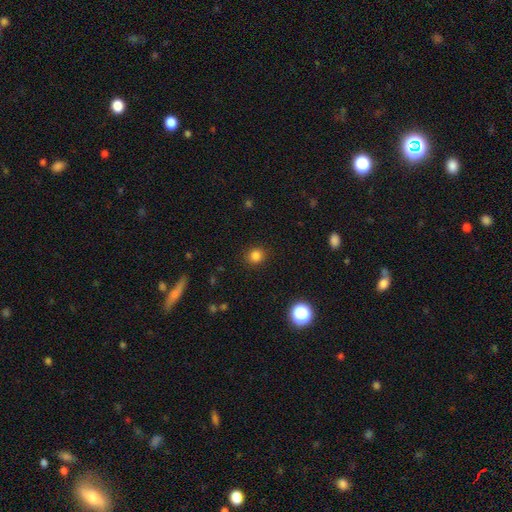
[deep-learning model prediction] Morphology: type=smooth (82%); roundness=round (86%); merging=none (90%).